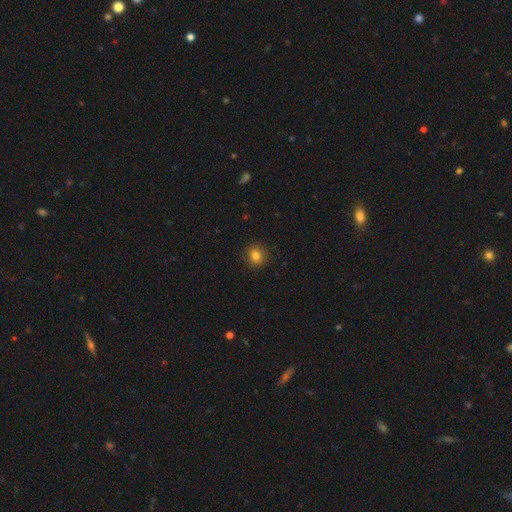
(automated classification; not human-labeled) Morphology: type=smooth (82%); roundness=round (86%); merging=none (91%).